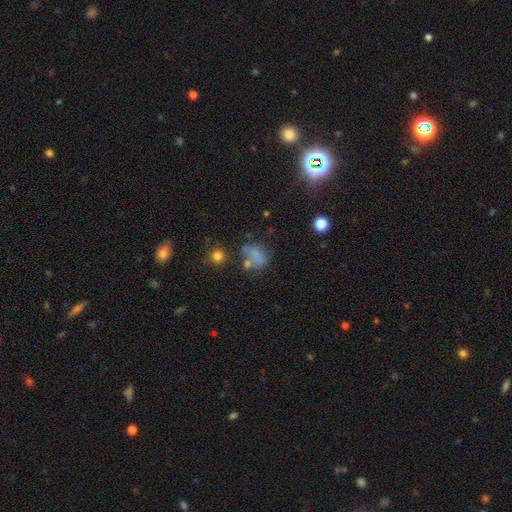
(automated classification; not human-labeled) Smooth or featured? smooth (65%)
How rounded? in between (58%)
Merging? none (45%)